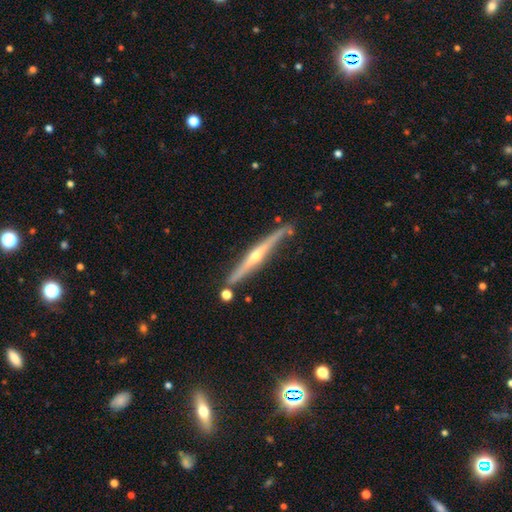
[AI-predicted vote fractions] Morphology: type=featured or disk (82%); edge-on=yes (97%); edge-on bulge=rounded (86%); merging=none (78%).